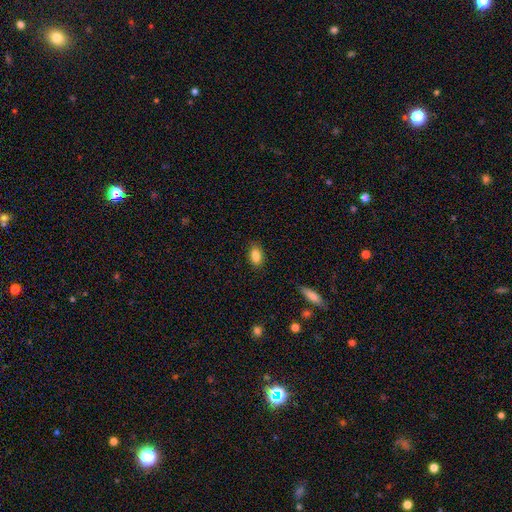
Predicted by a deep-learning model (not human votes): The model was most divided on "merging": none: 86%, minor disturbance: 11%, major disturbance: 3%, merger: 1%. More confident: how rounded — in between (89%); smooth or featured — smooth (86%).